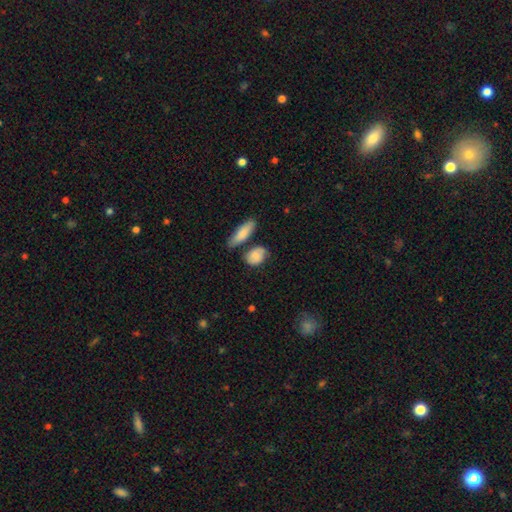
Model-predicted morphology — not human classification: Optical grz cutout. It shows a smooth galaxy with no disk features (76%) that is in between round and cigar-shaped (65%). Merging: none (62%).